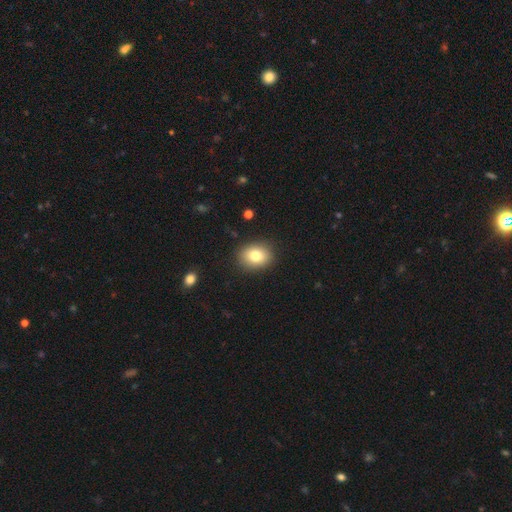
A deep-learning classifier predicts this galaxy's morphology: Overall: smooth (79%). How rounded: round (50%; in between 49%). Merging: none (88%).